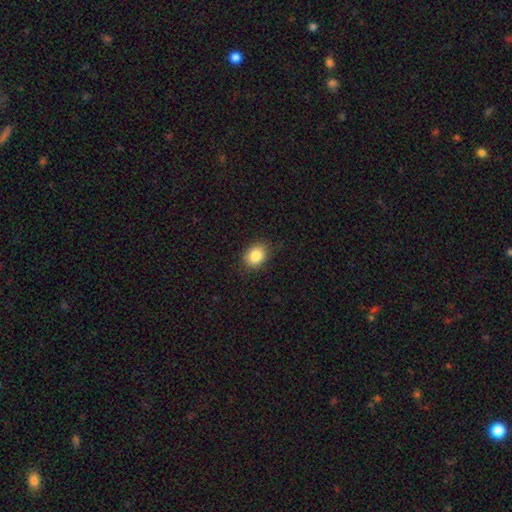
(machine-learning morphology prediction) Smooth or featured: smooth — 84% (star or artifact — 9%)
How rounded: in between — 55% (round — 44%)
Merging: none — 84% (minor disturbance — 12%)